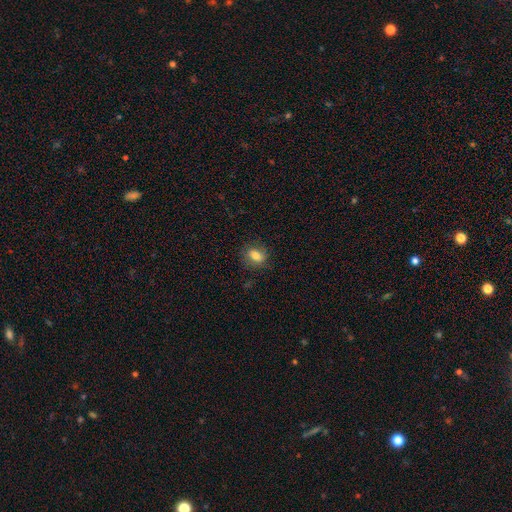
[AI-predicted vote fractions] smooth-or-featured: smooth: 79% | featured or disk: 11% | star or artifact: 10%
  how-rounded: in between: 67% | round: 31% | cigar-shaped: 2%
  merging: none: 79% | minor disturbance: 15% | major disturbance: 5% | merger: 1%